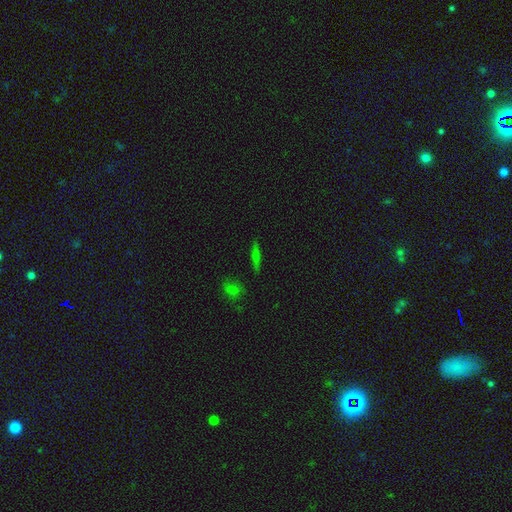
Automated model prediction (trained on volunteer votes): Smooth or featured?
  - smooth: 48% *
  - featured or disk: 38%
  - star or artifact: 14%
Merging?
  - none: 87% *
  - minor disturbance: 9%
  - major disturbance: 2%
  - merger: 2%